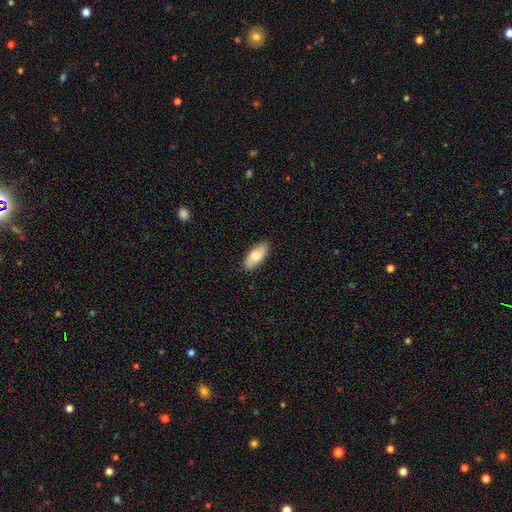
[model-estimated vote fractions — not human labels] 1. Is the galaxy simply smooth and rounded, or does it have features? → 74% smooth, 20% featured or disk, 6% star or artifact.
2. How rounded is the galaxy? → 88% in between, 10% cigar-shaped, 2% round.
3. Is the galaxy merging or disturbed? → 88% none, 10% minor disturbance, 2% major disturbance, 1% merger.